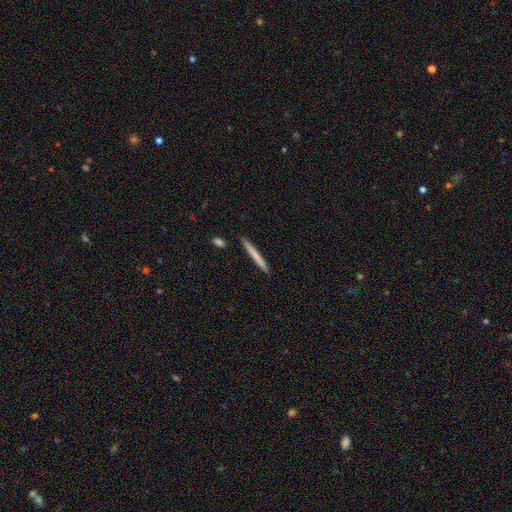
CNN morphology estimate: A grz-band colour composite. It shows a smooth galaxy with no disk features (69%) that is cigar-shaped (97%). Merging: none (90%).